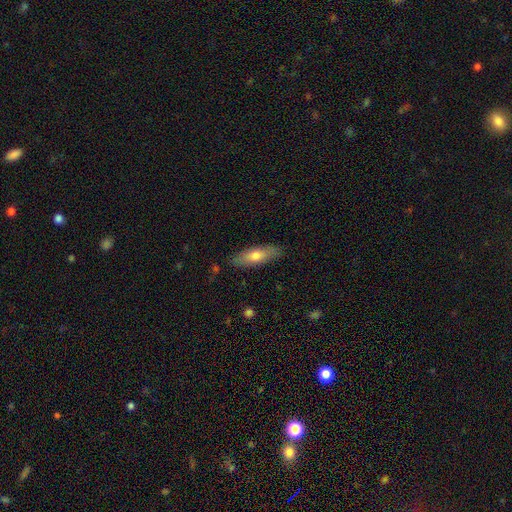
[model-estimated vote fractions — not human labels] Q: Smooth or featured?
A: smooth (68%); runner-up: featured or disk (26%)
Q: How rounded?
A: in between (50%); runner-up: cigar-shaped (48%)
Q: Merging?
A: none (86%); runner-up: minor disturbance (10%)